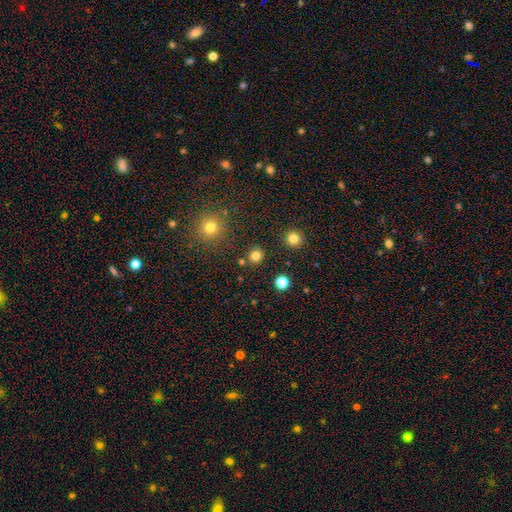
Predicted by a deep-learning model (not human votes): Overall: smooth (79%). How rounded: round (89%). Merging: none (87%).